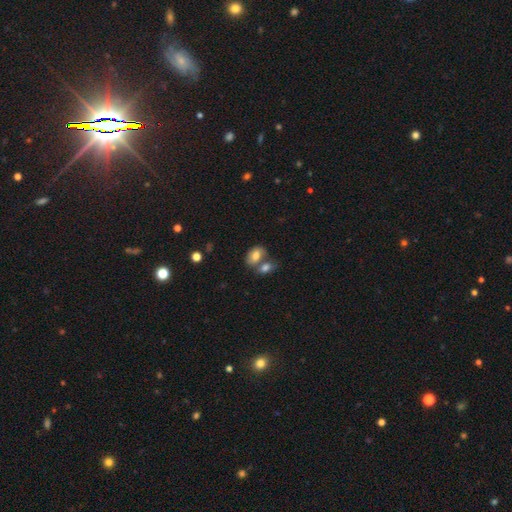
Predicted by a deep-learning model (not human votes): Q: Smooth or featured?
A: smooth (77%); runner-up: featured or disk (15%)
Q: How rounded?
A: in between (86%); runner-up: round (12%)
Q: Merging?
A: merger (51%); runner-up: none (34%)